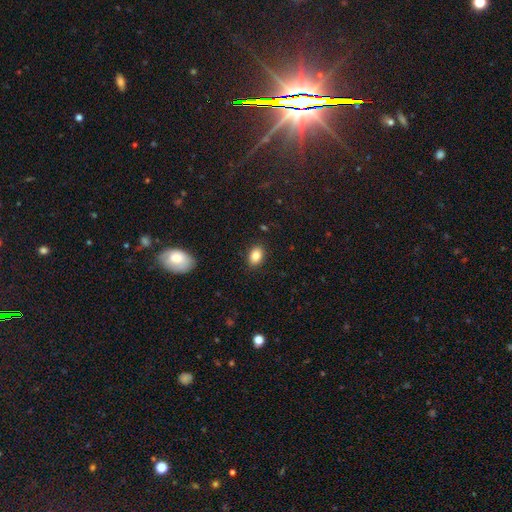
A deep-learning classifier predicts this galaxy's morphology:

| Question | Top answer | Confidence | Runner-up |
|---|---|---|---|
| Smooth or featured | smooth | 84% | star or artifact (9%) |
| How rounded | in between | 80% | round (19%) |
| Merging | none | 88% | minor disturbance (9%) |